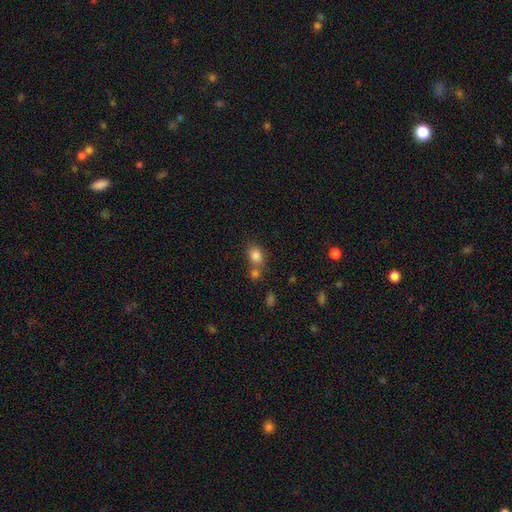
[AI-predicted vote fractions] smooth 83%, star or artifact 10%, featured or disk 7%. Down the decision tree: how rounded — in between (57%); merging — none (49%).